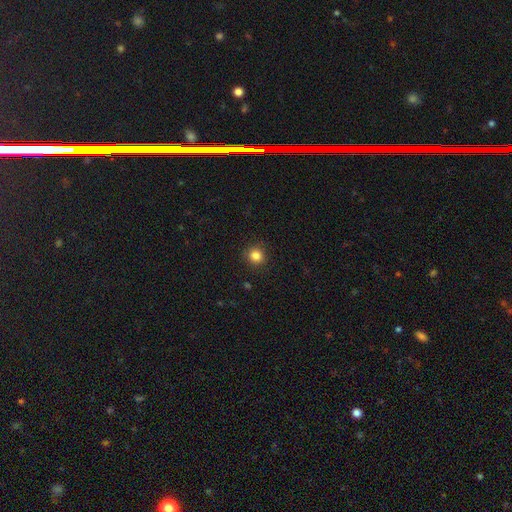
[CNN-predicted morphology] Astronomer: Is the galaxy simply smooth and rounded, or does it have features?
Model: smooth — 84%.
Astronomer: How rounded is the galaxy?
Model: round — 92%.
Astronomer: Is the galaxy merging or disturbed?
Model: none — 91%.